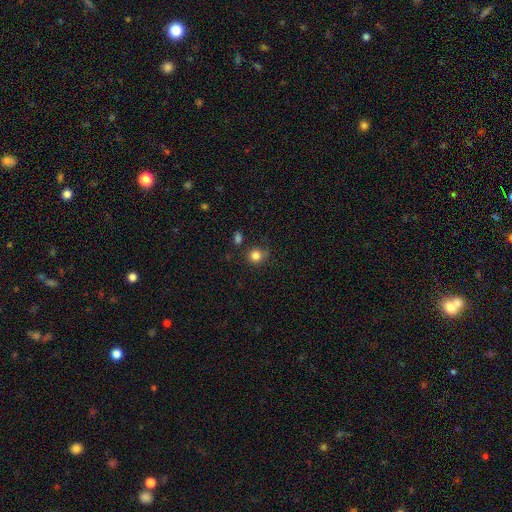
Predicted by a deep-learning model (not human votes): smooth-or-featured: smooth: 84% | star or artifact: 11% | featured or disk: 5%
  how-rounded: round: 86% | in between: 13% | cigar-shaped: 1%
  merging: none: 75% | minor disturbance: 15% | merger: 5% | major disturbance: 4%